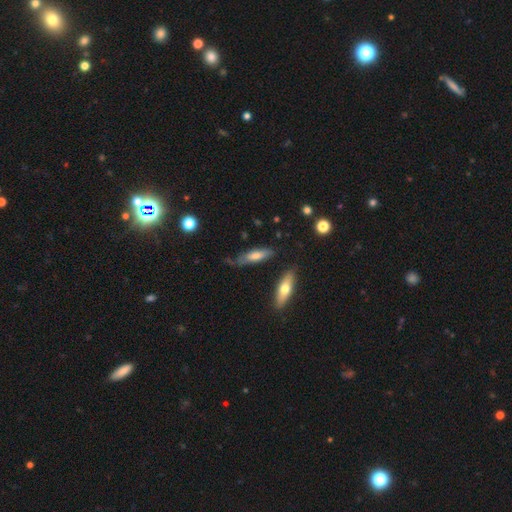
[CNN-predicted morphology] type=smooth (62%); roundness=cigar-shaped (58%); merging=none (65%).